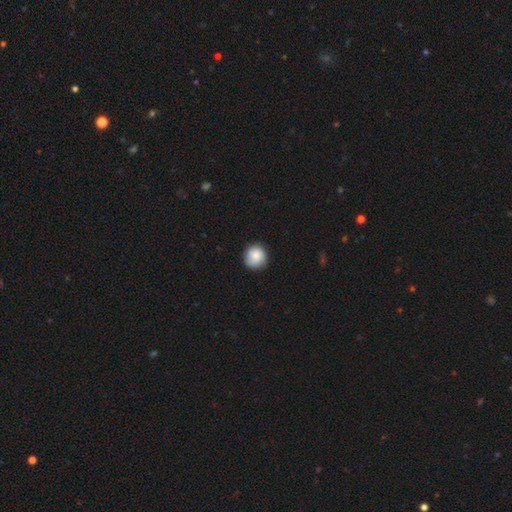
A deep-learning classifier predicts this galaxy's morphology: type=smooth (83%); roundness=round (90%); merging=none (81%).